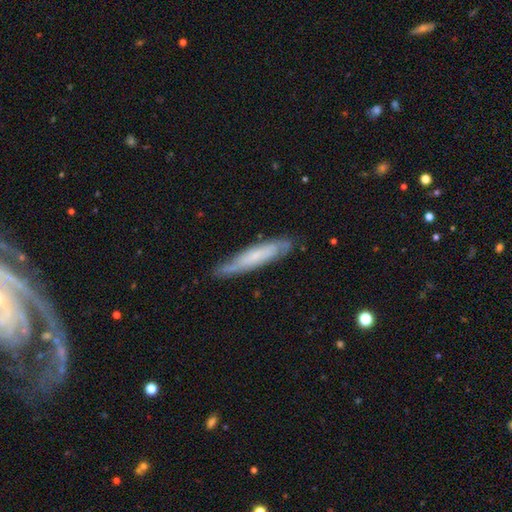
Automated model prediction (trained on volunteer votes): This appears to be a featured or disk galaxy (53%) viewed edge-on (56%). Merging: none (76%).